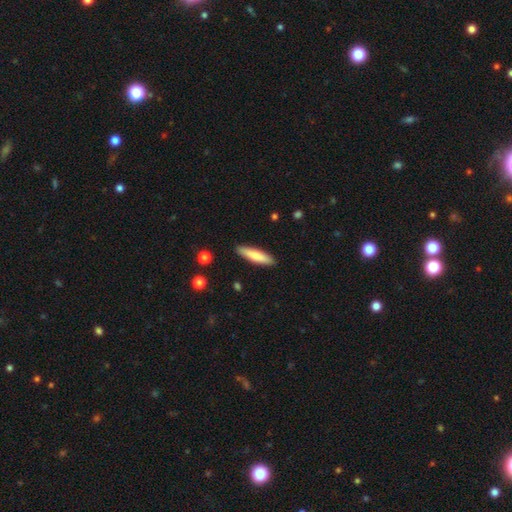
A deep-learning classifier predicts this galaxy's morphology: Q: Smooth or featured?
A: smooth (74%); runner-up: featured or disk (21%)
Q: How rounded?
A: cigar-shaped (77%); runner-up: in between (22%)
Q: Merging?
A: none (90%); runner-up: minor disturbance (7%)